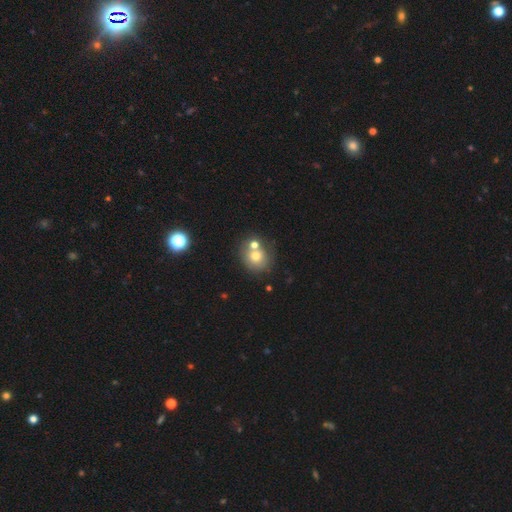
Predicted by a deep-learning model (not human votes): Q: Smooth or featured?
A: smooth (69%); runner-up: featured or disk (19%)
Q: How rounded?
A: round (82%); runner-up: in between (17%)
Q: Merging?
A: none (51%); runner-up: merger (35%)